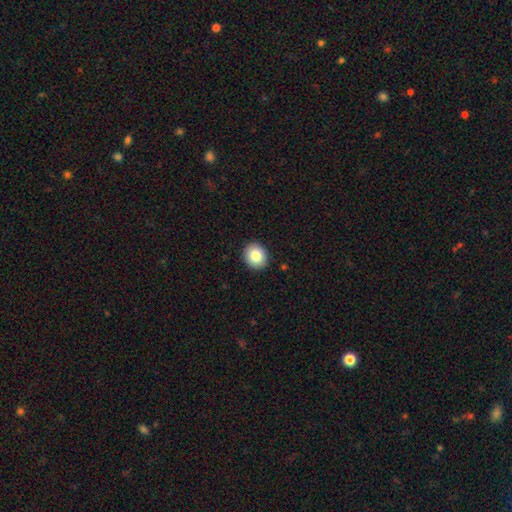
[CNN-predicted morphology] This appears to be a smooth galaxy with no disk features (83%) that is round (78%). Merging: none (92%).